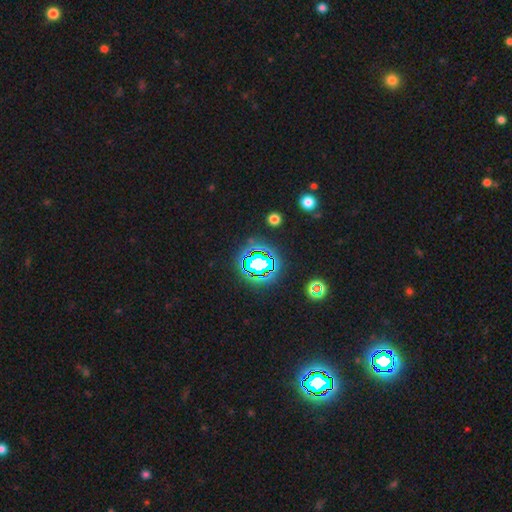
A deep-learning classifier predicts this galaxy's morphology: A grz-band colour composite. It shows a star or artifact, not a galaxy (79%).